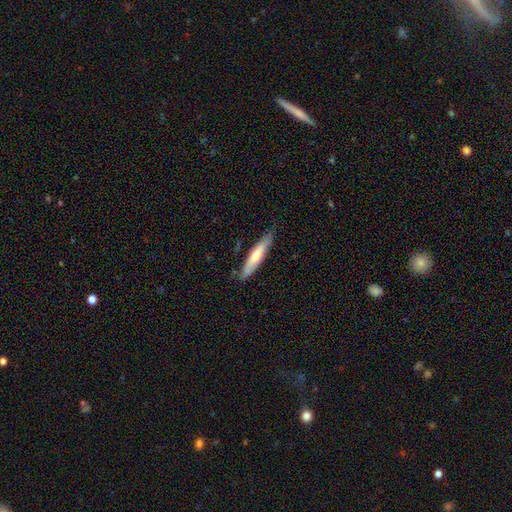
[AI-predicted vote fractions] Smooth or featured? smooth (54%)
How rounded? cigar-shaped (85%)
Merging? none (81%)